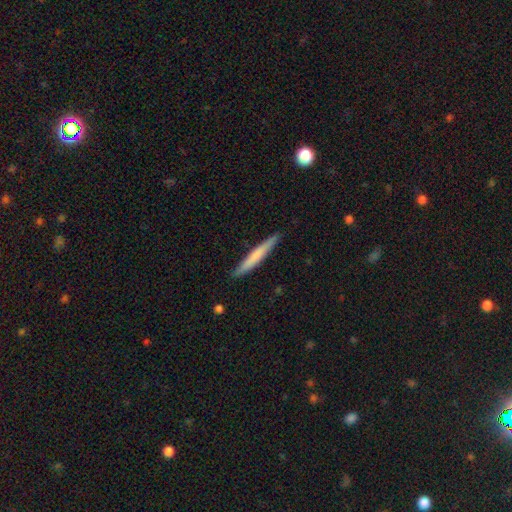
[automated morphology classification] A smooth galaxy with no disk features (66%) that is cigar-shaped (96%).

Vote fractions:
- Smooth or featured? smooth: 66% / featured or disk: 29% / star or artifact: 5%
- How rounded? cigar-shaped: 96% / in between: 3% / round: 1%
- Merging? none: 88% / minor disturbance: 9% / major disturbance: 1% / merger: 1%